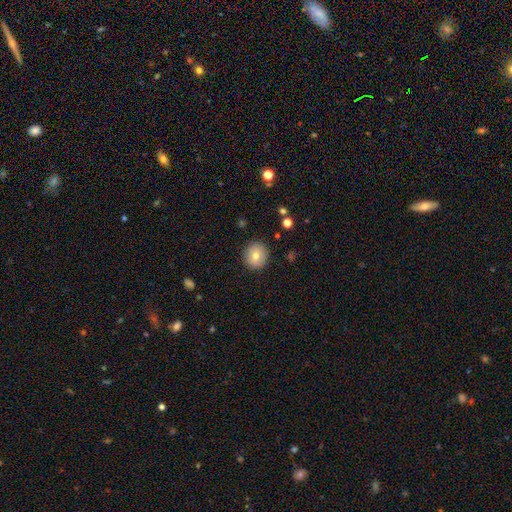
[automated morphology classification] Smooth or featured: smooth — 75% (featured or disk — 16%)
How rounded: round — 90% (in between — 9%)
Merging: none — 89% (minor disturbance — 8%)